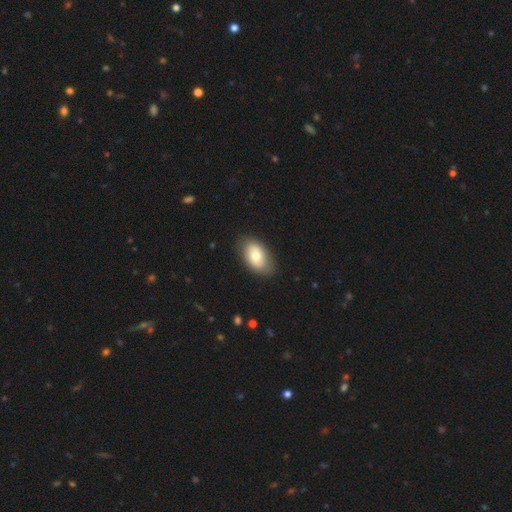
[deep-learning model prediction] Smooth or featured? smooth (71%)
How rounded? in between (92%)
Merging? none (83%)